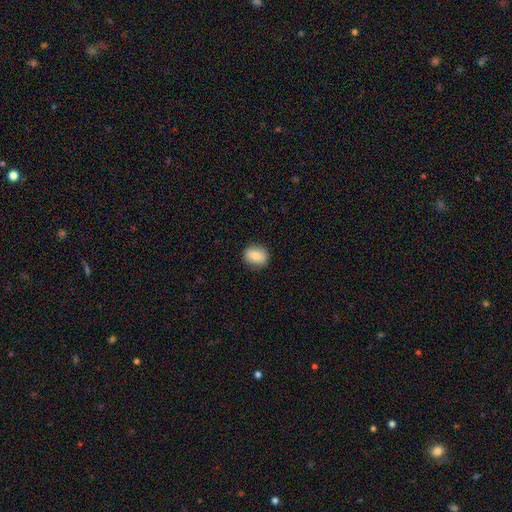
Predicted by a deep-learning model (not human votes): smooth 80%, featured or disk 13%, star or artifact 8%. Down the decision tree: how rounded — round (49%, tied with in between); merging — none (87%).